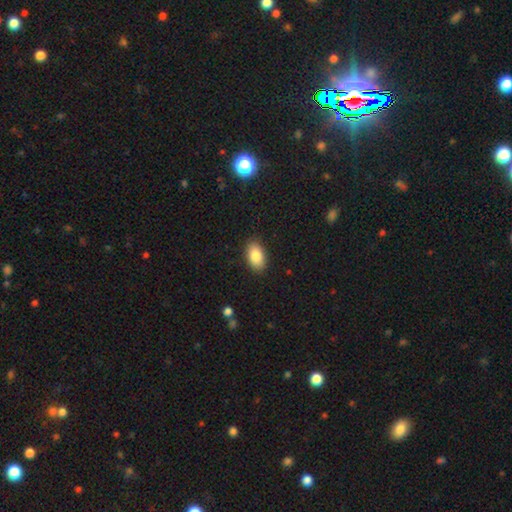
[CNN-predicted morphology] A smooth galaxy with no disk features (86%) that is in between round and cigar-shaped (92%). Merging: none (88%).